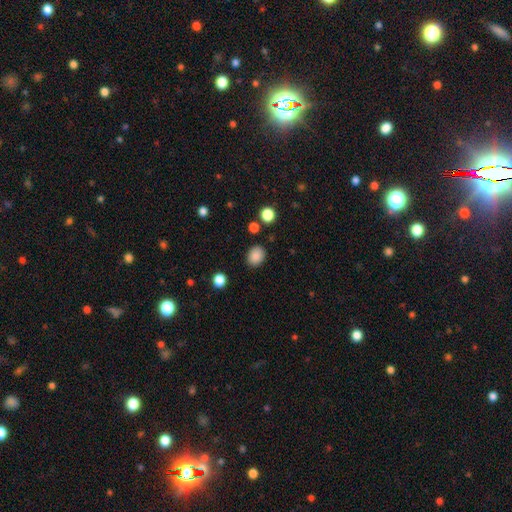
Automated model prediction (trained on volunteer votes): Q: Smooth or featured?
A: smooth (87%); runner-up: star or artifact (10%)
Q: How rounded?
A: in between (55%); runner-up: round (44%)
Q: Merging?
A: none (86%); runner-up: minor disturbance (9%)